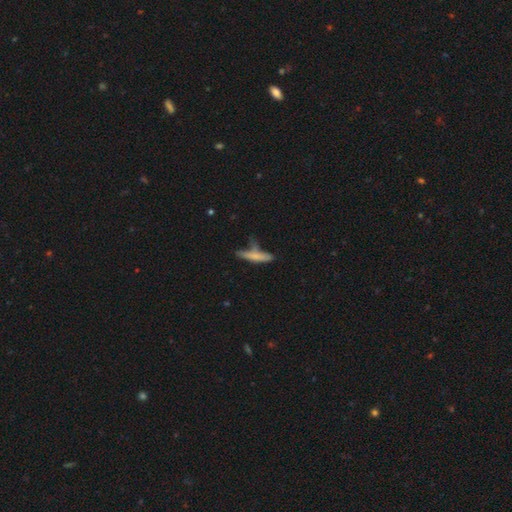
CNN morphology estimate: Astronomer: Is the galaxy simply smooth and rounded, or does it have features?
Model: smooth — 68%.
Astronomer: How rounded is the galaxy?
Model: cigar-shaped — 85%.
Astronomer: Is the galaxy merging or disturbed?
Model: none — 53%.